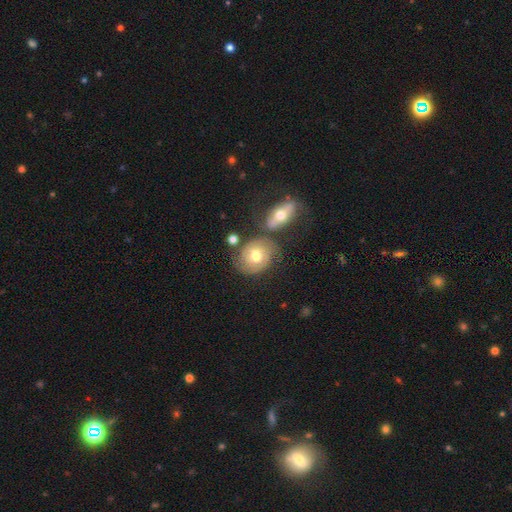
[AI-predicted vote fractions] Morphology: type=featured or disk (58%); edge-on=no (95%); bar=no (74%); spiral arms=yes (81%); bulge=moderate (78%); merging=none (60%).